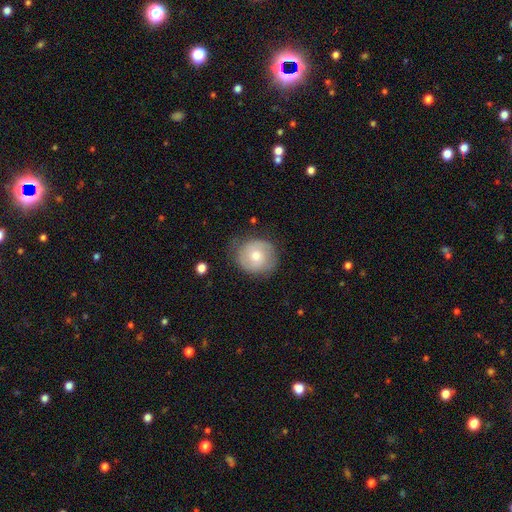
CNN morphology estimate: type=smooth (55%); roundness=round (83%); merging=none (70%).